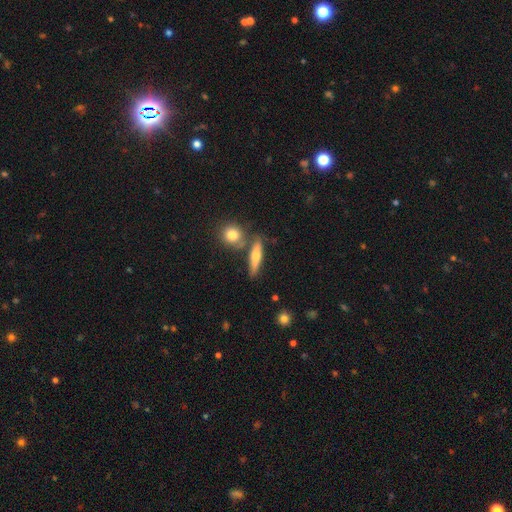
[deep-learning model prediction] Smooth or featured: smooth — 52% (featured or disk — 40%)
How rounded: cigar-shaped — 68% (in between — 26%)
Merging: none — 69% (merger — 15%)